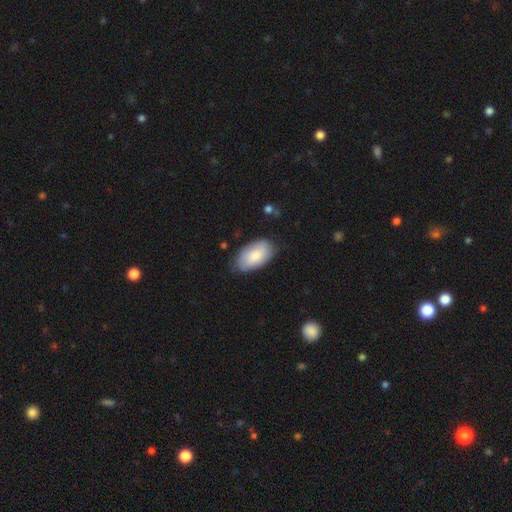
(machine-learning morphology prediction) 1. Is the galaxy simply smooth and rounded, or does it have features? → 77% smooth, 18% featured or disk, 5% star or artifact.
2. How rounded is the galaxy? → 95% in between, 3% round, 2% cigar-shaped.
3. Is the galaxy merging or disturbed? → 75% none, 20% minor disturbance, 4% major disturbance, 1% merger.